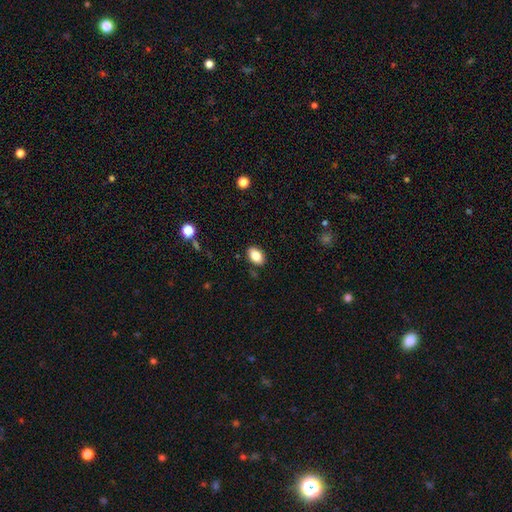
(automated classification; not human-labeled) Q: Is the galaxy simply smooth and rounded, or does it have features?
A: smooth — 85%.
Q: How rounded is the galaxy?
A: in between — 86%.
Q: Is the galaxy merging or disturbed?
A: none — 87%.